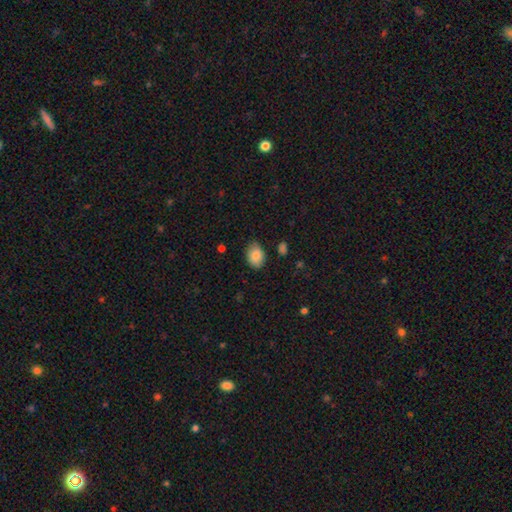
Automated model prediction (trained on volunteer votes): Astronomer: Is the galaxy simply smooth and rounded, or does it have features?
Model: smooth — 87%.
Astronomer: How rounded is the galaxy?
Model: in between — 76%.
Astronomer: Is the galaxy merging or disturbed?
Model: none — 77%.